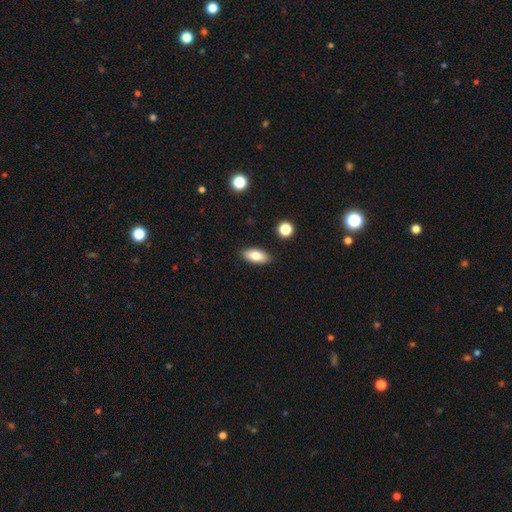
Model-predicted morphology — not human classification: Q: Smooth or featured?
A: smooth (80%); runner-up: featured or disk (13%)
Q: How rounded?
A: in between (87%); runner-up: cigar-shaped (10%)
Q: Merging?
A: none (88%); runner-up: minor disturbance (8%)